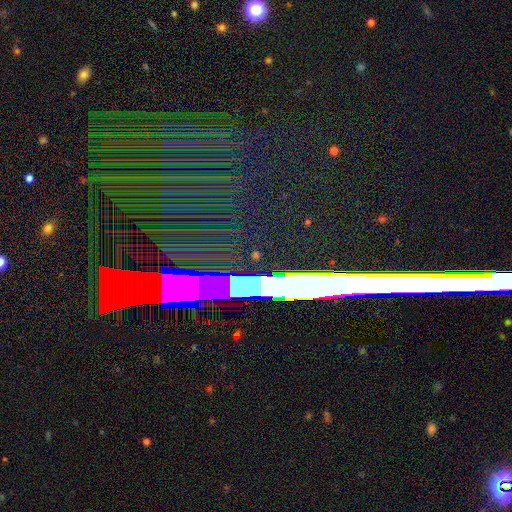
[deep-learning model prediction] Overall: star or artifact (65%).